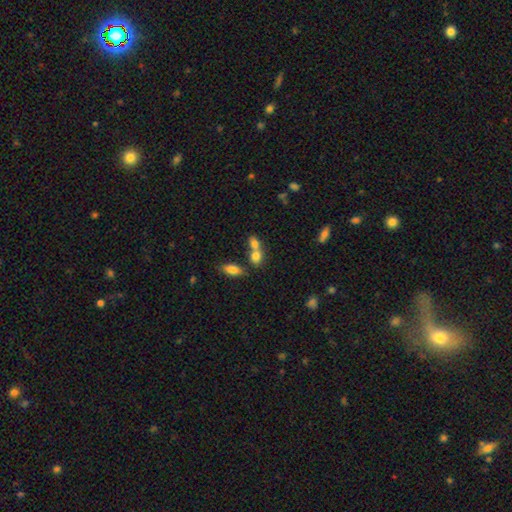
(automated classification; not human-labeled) Morphology: type=smooth (76%); roundness=in between (55%); merging=merger (59%).